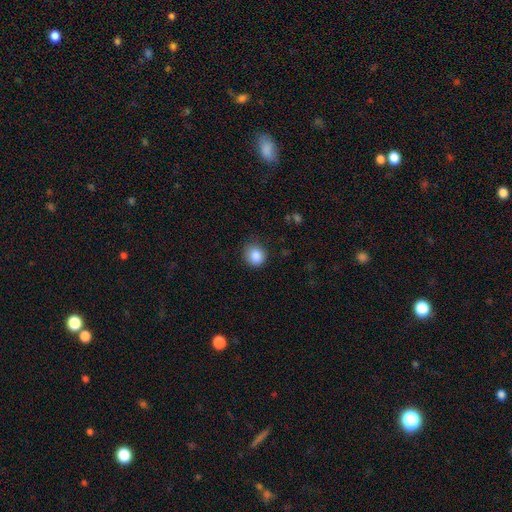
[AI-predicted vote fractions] This is clearly a smooth galaxy (86%). How rounded: clearly round (82%). Merging: likely none (76%).